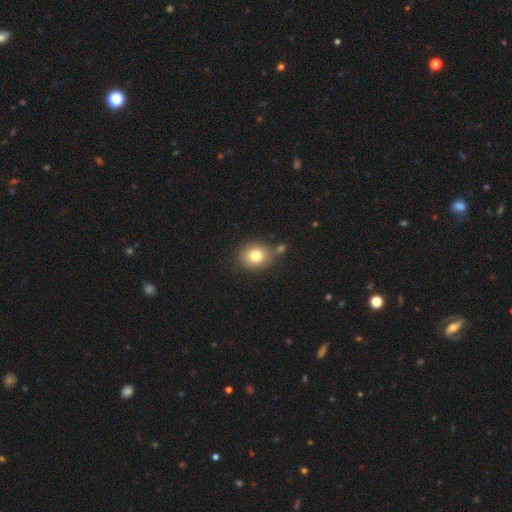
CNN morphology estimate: A smooth galaxy with no disk features (81%) that is round (69%).

Vote fractions:
- Smooth or featured? smooth: 81% / star or artifact: 10% / featured or disk: 9%
- How rounded? round: 69% / in between: 30% / cigar-shaped: 1%
- Merging? none: 69% / merger: 14% / minor disturbance: 13% / major disturbance: 4%